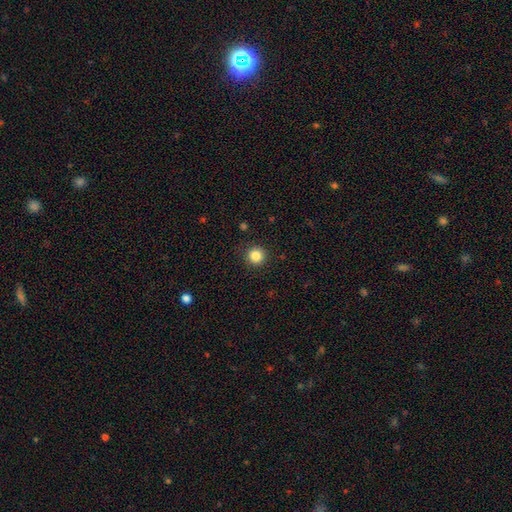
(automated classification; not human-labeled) Q: Smooth or featured?
A: smooth (85%); runner-up: star or artifact (11%)
Q: How rounded?
A: round (94%); runner-up: in between (5%)
Q: Merging?
A: none (90%); runner-up: minor disturbance (6%)